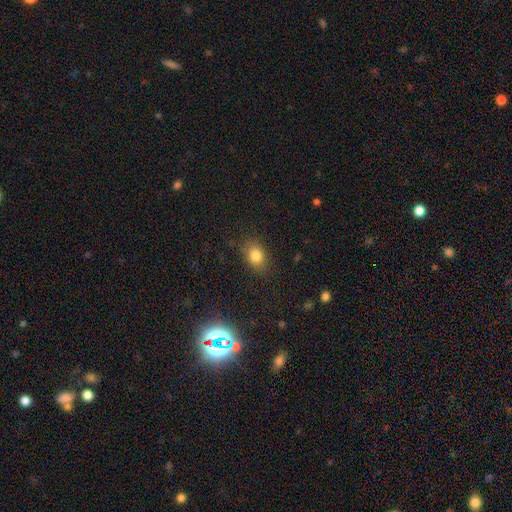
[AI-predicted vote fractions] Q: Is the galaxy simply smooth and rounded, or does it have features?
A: smooth — 81%.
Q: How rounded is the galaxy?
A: in between — 59%.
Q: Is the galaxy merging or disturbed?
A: none — 83%.